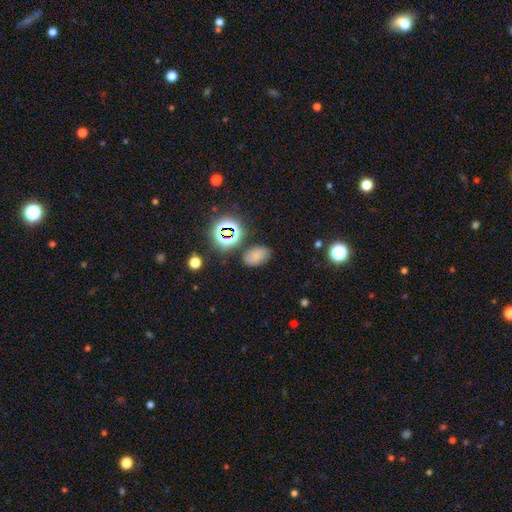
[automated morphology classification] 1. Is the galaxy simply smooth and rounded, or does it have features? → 69% smooth, 22% star or artifact, 8% featured or disk.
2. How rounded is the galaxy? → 87% in between, 11% round, 1% cigar-shaped.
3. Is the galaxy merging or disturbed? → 78% none, 14% minor disturbance, 4% major disturbance, 4% merger.